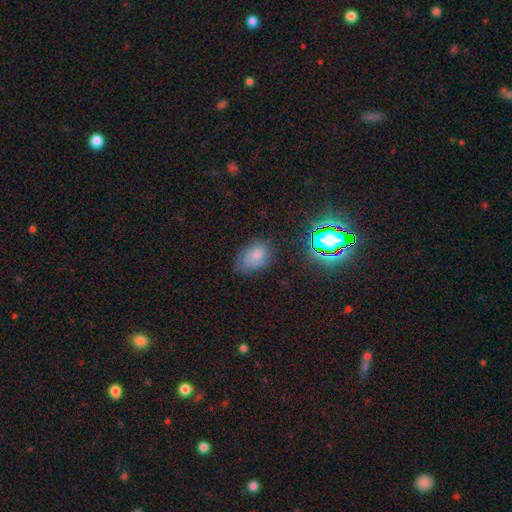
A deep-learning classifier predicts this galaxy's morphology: Smooth or featured: smooth — 69% (star or artifact — 18%)
How rounded: in between — 77% (round — 22%)
Merging: none — 52% (minor disturbance — 32%)